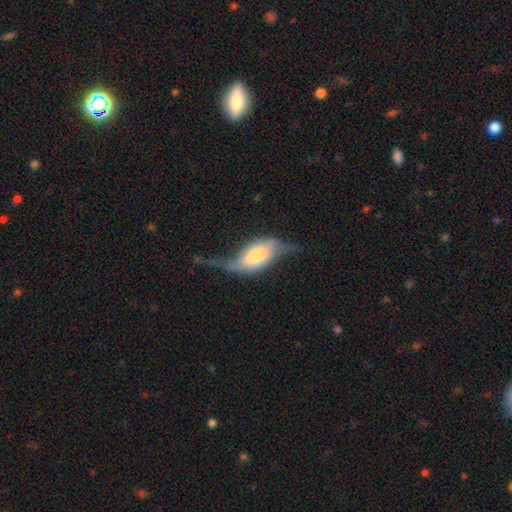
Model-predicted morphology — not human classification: Smooth or featured?
  - featured or disk: 55% *
  - smooth: 38%
  - star or artifact: 7%
Edge-on disk?
  - no: 80% *
  - yes: 20%
Merging?
  - major disturbance: 37% *
  - none: 31%
  - minor disturbance: 28%
  - merger: 4%